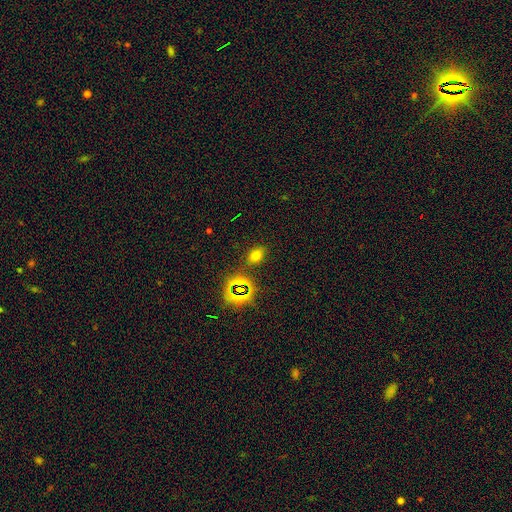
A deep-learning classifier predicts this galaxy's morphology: A smooth galaxy with no disk features (63%) that is in between round and cigar-shaped (74%).

Vote fractions:
- Smooth or featured? smooth: 63% / star or artifact: 28% / featured or disk: 9%
- How rounded? in between: 74% / round: 23% / cigar-shaped: 2%
- Merging? none: 82% / minor disturbance: 11% / merger: 4% / major disturbance: 4%